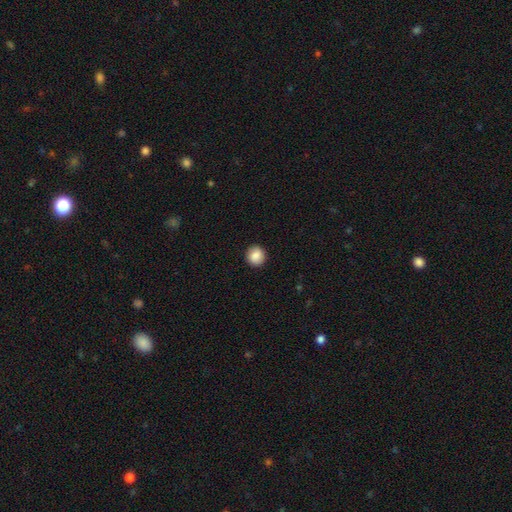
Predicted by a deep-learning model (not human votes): Smooth or featured?
  - smooth: 88% *
  - star or artifact: 8%
  - featured or disk: 4%
How rounded?
  - round: 91% *
  - in between: 8%
  - cigar-shaped: 1%
Merging?
  - none: 91% *
  - minor disturbance: 6%
  - major disturbance: 2%
  - merger: 1%